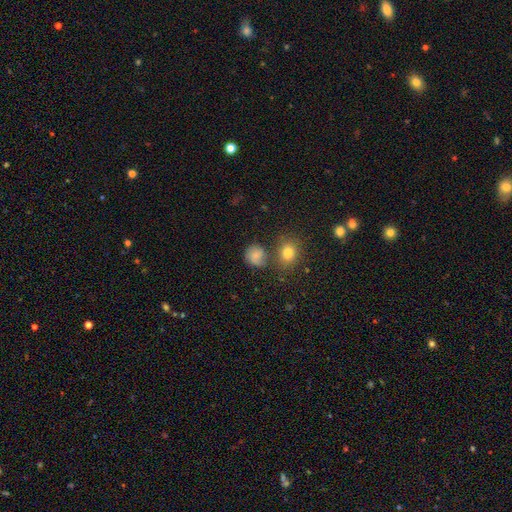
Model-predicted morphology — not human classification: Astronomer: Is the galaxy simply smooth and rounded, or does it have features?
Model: smooth — 73%.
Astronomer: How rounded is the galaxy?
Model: round — 77%.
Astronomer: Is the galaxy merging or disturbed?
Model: none — 62%.